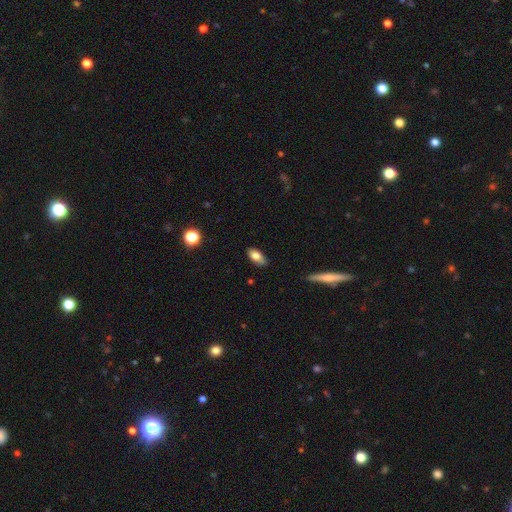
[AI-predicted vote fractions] The model was most divided on "merging": none: 81%, minor disturbance: 15%, major disturbance: 2%, merger: 1%. More confident: how rounded — in between (89%); smooth or featured — smooth (80%).